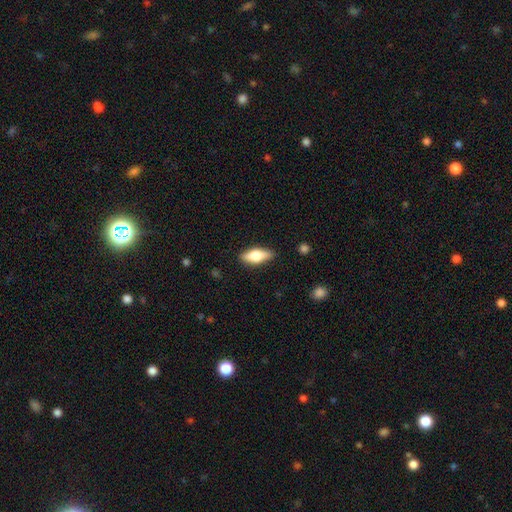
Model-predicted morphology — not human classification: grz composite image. It shows a smooth galaxy with no disk features (61%) that is in between round and cigar-shaped (71%). Merging: none (85%).